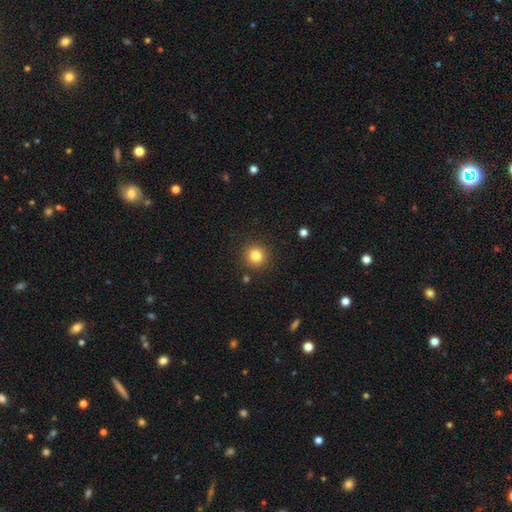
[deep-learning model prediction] smooth 82%, star or artifact 12%, featured or disk 6%. Down the decision tree: how rounded — round (93%); merging — none (89%).